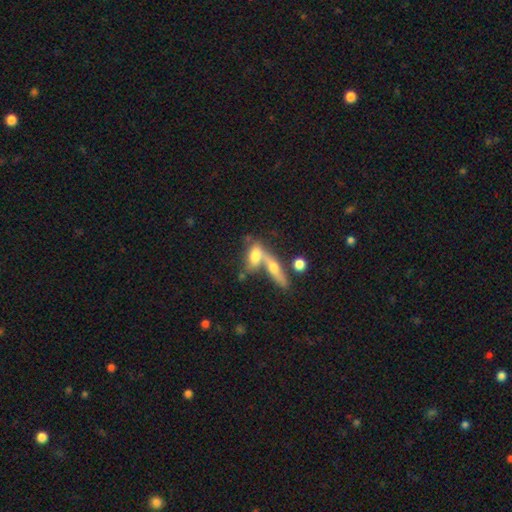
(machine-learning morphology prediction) This appears to be a smooth galaxy with no disk features (59%) that is in between round and cigar-shaped (63%). Merging: merger (55%).